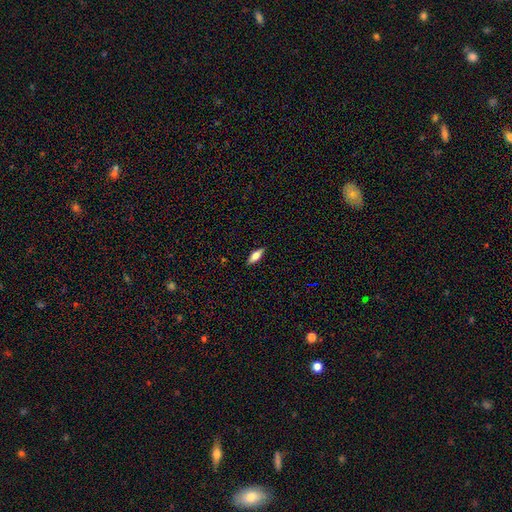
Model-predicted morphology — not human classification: Overall: smooth (66%; featured or disk 26%). How rounded: in between (69%). Merging: none (88%).